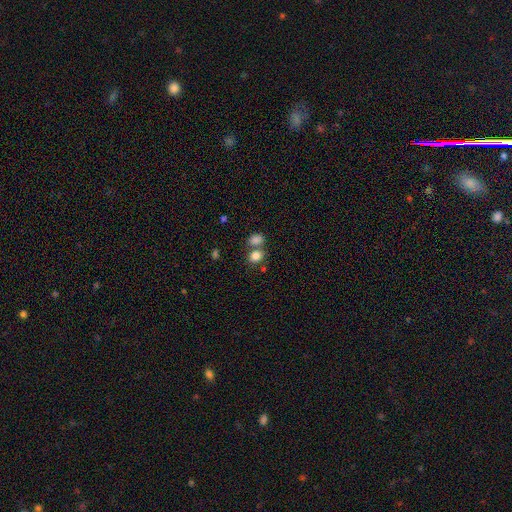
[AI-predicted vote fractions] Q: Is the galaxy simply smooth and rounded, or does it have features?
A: smooth — 82%.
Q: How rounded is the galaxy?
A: round — 53%.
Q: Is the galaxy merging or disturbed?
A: none — 51%.